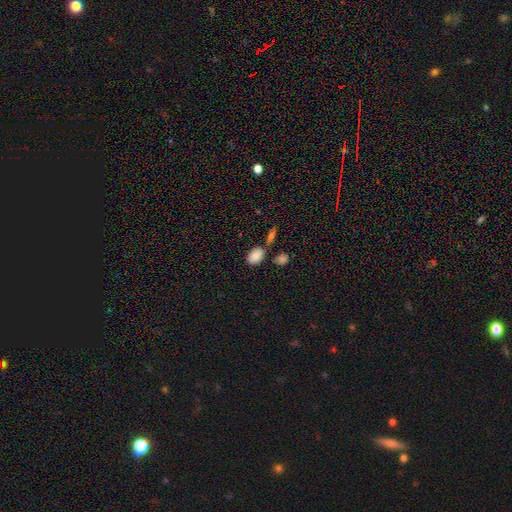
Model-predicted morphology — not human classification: Q: Smooth or featured?
A: smooth (86%); runner-up: star or artifact (9%)
Q: How rounded?
A: in between (82%); runner-up: round (16%)
Q: Merging?
A: none (65%); runner-up: merger (16%)